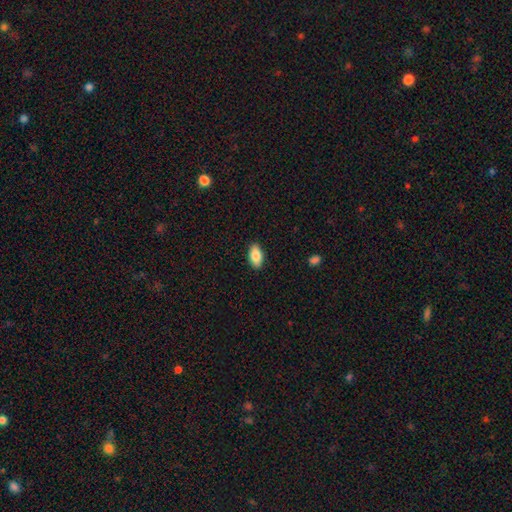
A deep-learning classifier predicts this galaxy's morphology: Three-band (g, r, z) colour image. It shows a smooth galaxy with no disk features (85%) that is in between round and cigar-shaped (92%). Merging: none (90%).